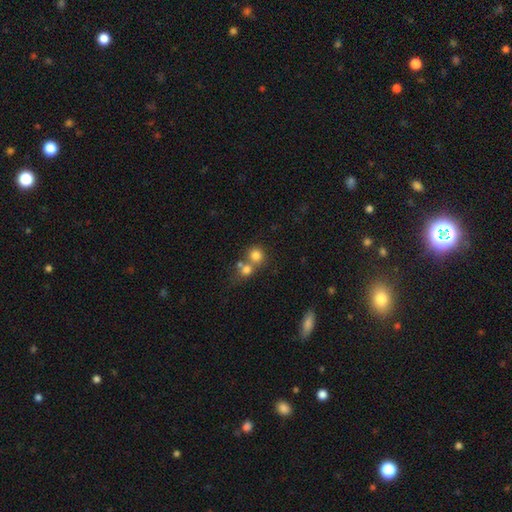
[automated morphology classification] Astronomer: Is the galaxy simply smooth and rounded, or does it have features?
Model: smooth — 77%.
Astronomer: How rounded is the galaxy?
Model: round — 86%.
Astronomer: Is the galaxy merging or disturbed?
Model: merger — 47% (runner-up: none, 44%).